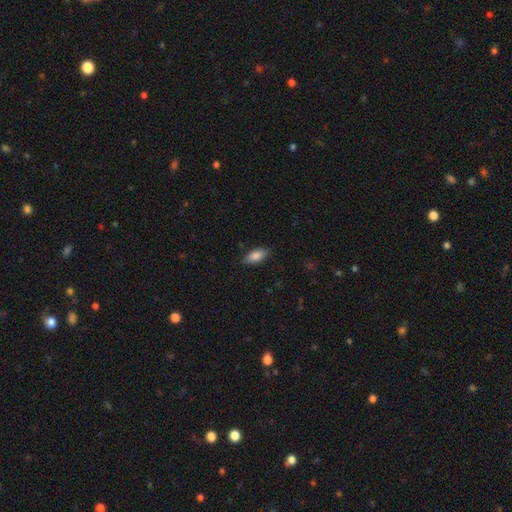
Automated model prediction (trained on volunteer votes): smooth-or-featured: smooth: 83% | featured or disk: 10% | star or artifact: 7%
  how-rounded: in between: 88% | cigar-shaped: 10% | round: 2%
  merging: none: 86% | minor disturbance: 11% | major disturbance: 2% | merger: 1%